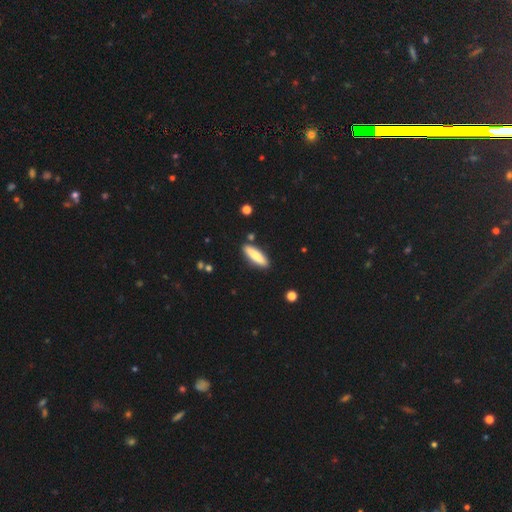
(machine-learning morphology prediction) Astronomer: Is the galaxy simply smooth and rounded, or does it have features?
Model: smooth — 75%.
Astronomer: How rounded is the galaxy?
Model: cigar-shaped — 69%.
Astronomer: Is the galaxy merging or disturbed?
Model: none — 87%.